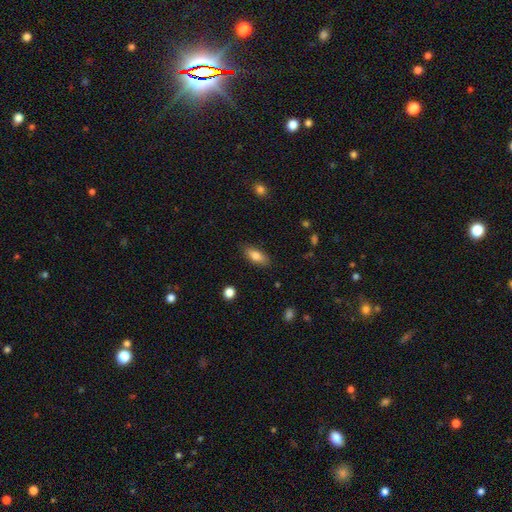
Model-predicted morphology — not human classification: smooth_or_featured: smooth (p=0.79) [alt: featured or disk p=0.13]
how_rounded: in between (p=0.81) [alt: cigar-shaped p=0.16]
merging: none (p=0.86) [alt: minor disturbance p=0.11]